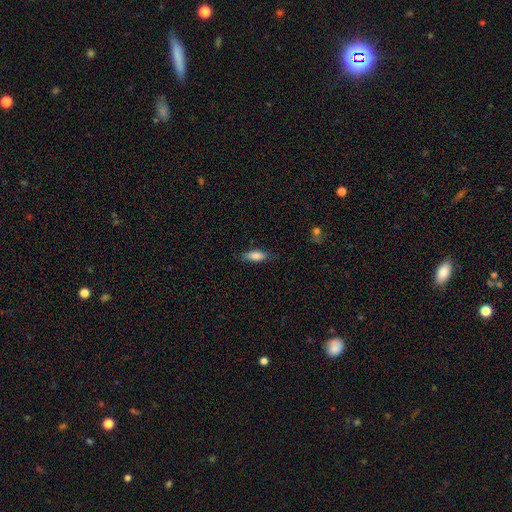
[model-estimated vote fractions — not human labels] smooth-or-featured: smooth: 83% | featured or disk: 10% | star or artifact: 7%
  how-rounded: in between: 68% | cigar-shaped: 30% | round: 2%
  merging: none: 78% | minor disturbance: 17% | major disturbance: 4% | merger: 1%